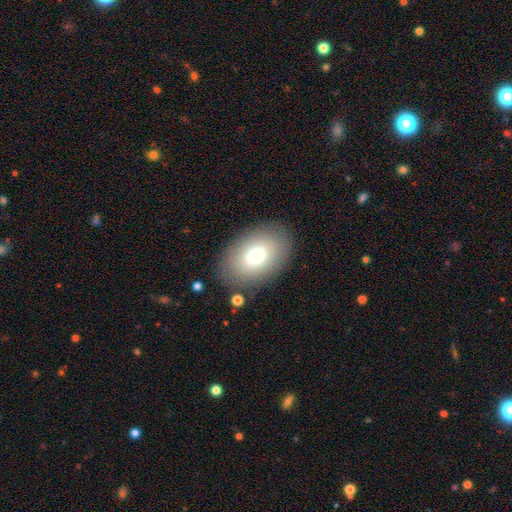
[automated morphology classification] This is likely a smooth galaxy (78%). How rounded: clearly in between (89%). Merging: clearly none (84%).